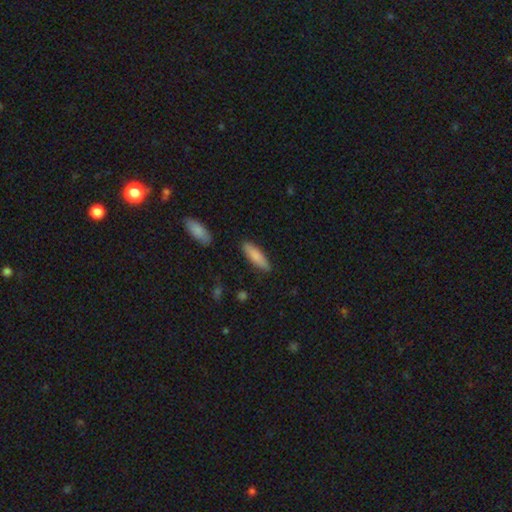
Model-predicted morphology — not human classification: The model was most divided on "how rounded": cigar-shaped: 58%, in between: 41%, round: 2%. More confident: merging — none (86%); smooth or featured — smooth (82%).